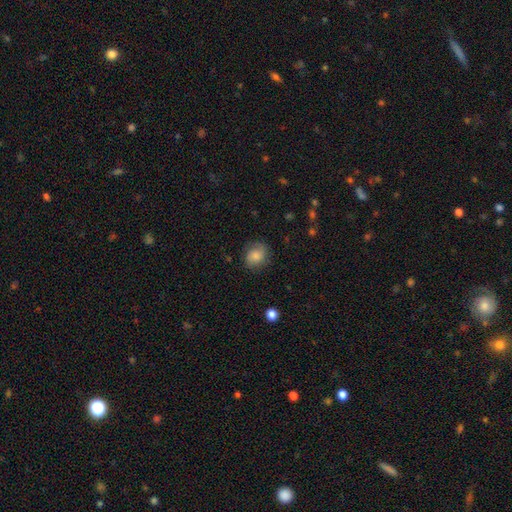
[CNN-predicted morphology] Overall: smooth (75%). How rounded: round (65%; in between 34%). Merging: none (75%).